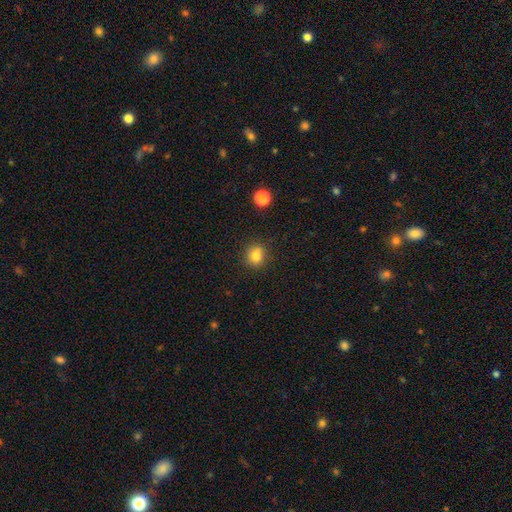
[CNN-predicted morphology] Smooth or featured? smooth (77%)
How rounded? round (79%)
Merging? none (66%)